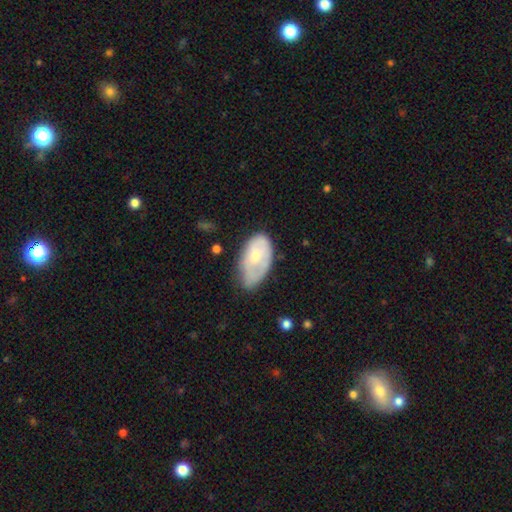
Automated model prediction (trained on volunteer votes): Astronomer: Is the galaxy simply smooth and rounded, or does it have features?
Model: smooth — 54% (runner-up: featured or disk, 40%).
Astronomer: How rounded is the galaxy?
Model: in between — 93%.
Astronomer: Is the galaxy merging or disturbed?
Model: minor disturbance — 41% (runner-up: none, 40%).